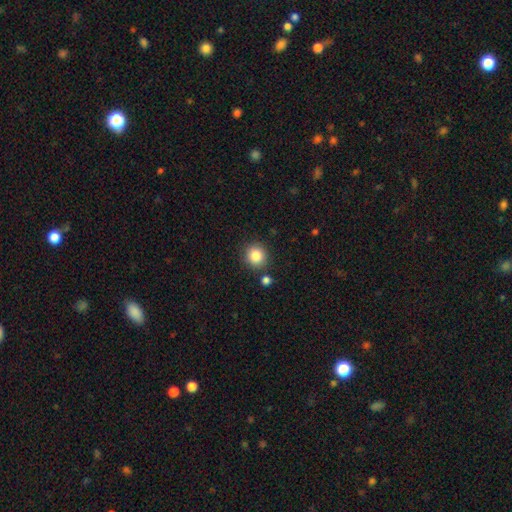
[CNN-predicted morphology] smooth-or-featured: smooth: 86% | star or artifact: 9% | featured or disk: 5%
  how-rounded: round: 89% | in between: 10% | cigar-shaped: 1%
  merging: none: 83% | minor disturbance: 9% | merger: 5% | major disturbance: 3%